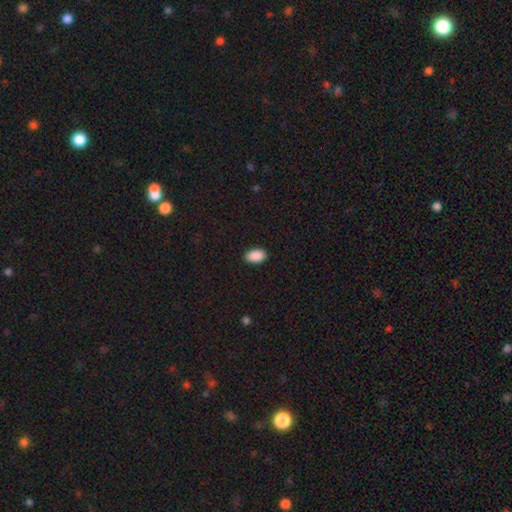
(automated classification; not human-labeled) Smooth or featured? Predicted: smooth (p=0.90). How rounded? Predicted: in between (p=0.93). Merging? Predicted: none (p=0.89).